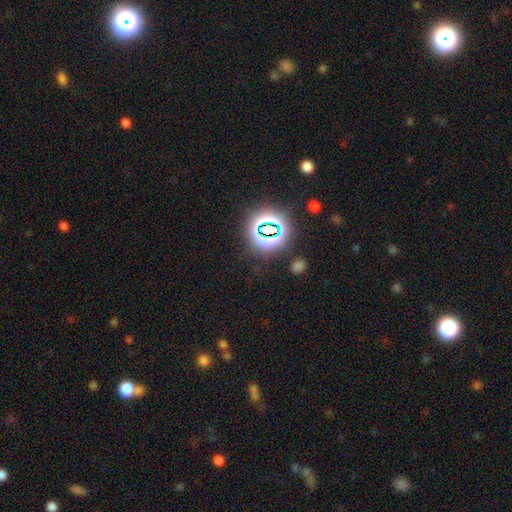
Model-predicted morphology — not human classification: The model was most divided on "smooth or featured": star or artifact: 77%, smooth: 15%, featured or disk: 8%.